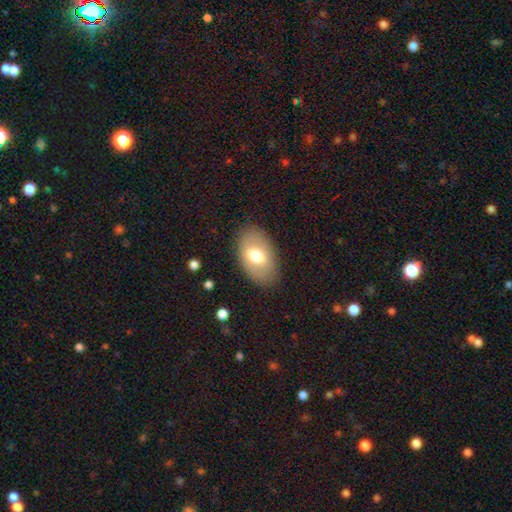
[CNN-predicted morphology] Q: Smooth or featured?
A: smooth (65%); runner-up: featured or disk (28%)
Q: How rounded?
A: in between (90%); runner-up: round (8%)
Q: Merging?
A: none (83%); runner-up: minor disturbance (11%)